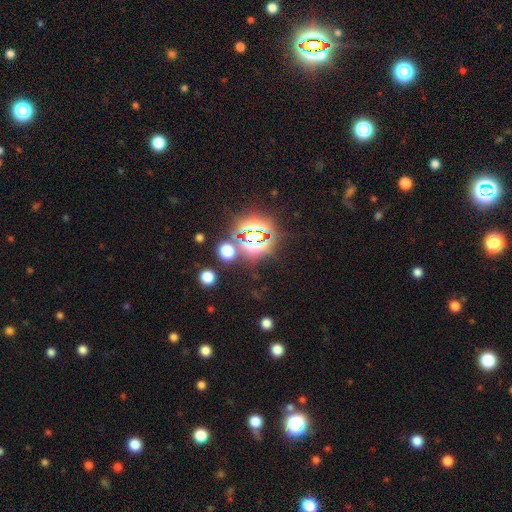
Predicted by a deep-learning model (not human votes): Smooth or featured? Predicted: star or artifact (p=0.80).